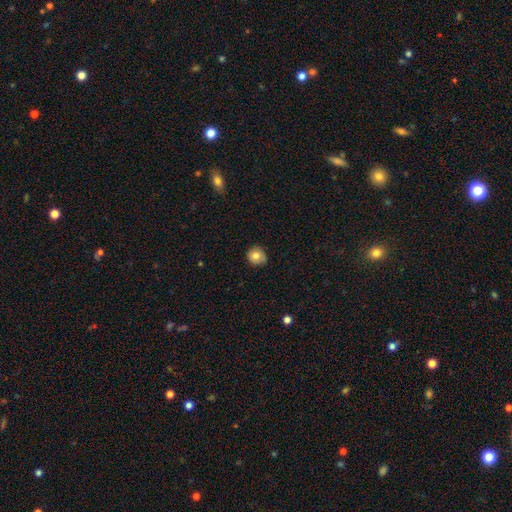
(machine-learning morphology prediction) Smooth or featured?
  - smooth: 79% *
  - featured or disk: 12%
  - star or artifact: 9%
How rounded?
  - round: 85% *
  - in between: 14%
  - cigar-shaped: 1%
Merging?
  - none: 81% *
  - minor disturbance: 16%
  - major disturbance: 2%
  - merger: 1%